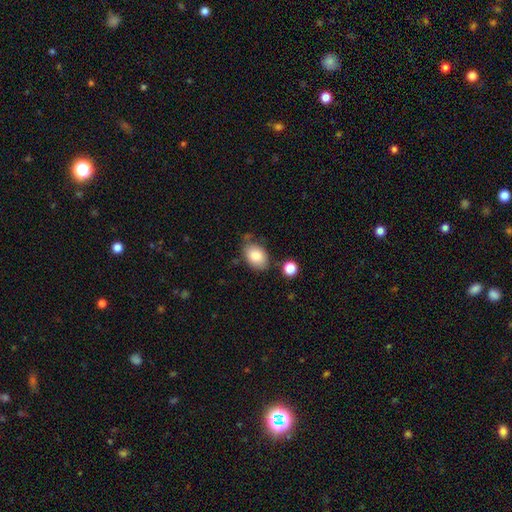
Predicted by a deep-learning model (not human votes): smooth-or-featured: smooth: 83% | featured or disk: 10% | star or artifact: 7%
  how-rounded: in between: 83% | round: 15% | cigar-shaped: 1%
  merging: none: 66% | minor disturbance: 21% | merger: 7% | major disturbance: 6%